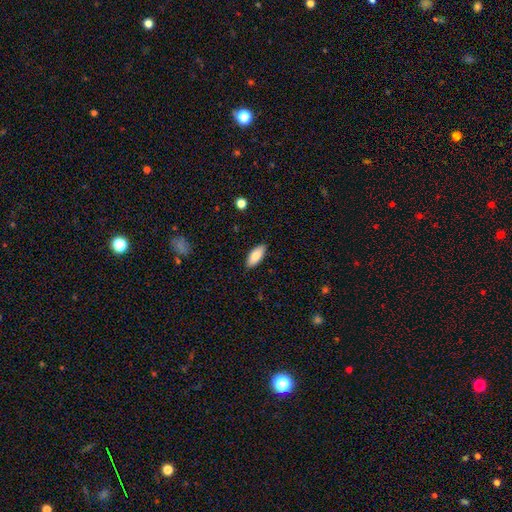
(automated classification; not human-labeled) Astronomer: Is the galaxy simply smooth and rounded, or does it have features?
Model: smooth — 84%.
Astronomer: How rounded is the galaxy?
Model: in between — 82%.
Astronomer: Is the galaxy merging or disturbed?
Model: none — 88%.